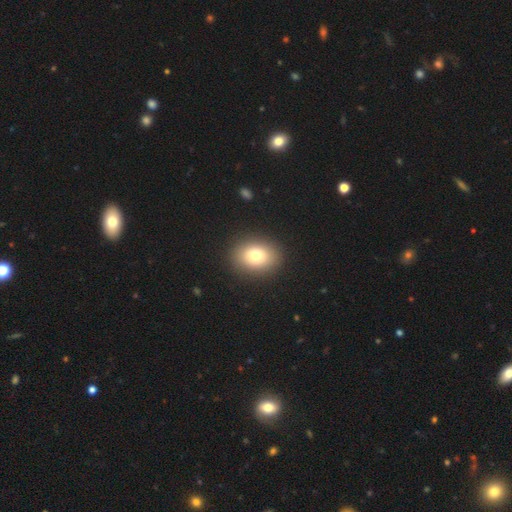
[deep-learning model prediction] Smooth or featured: smooth — 78% (featured or disk — 11%)
How rounded: in between — 54% (round — 45%)
Merging: none — 90% (minor disturbance — 7%)